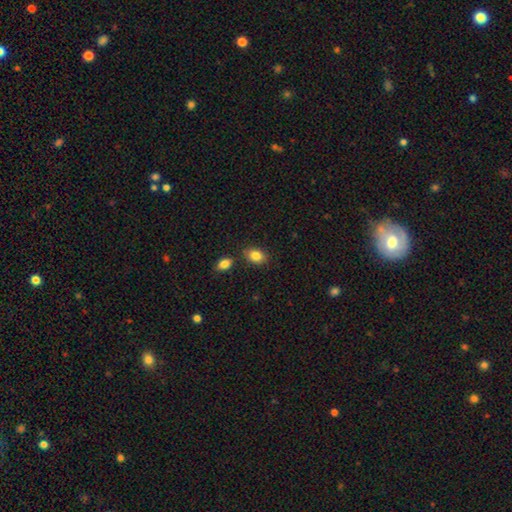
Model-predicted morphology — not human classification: This appears to be a smooth galaxy with no disk features (85%) that is in between round and cigar-shaped (77%). Merging: none (78%).